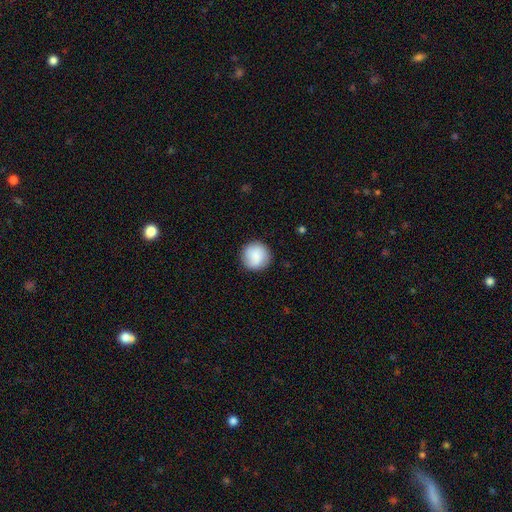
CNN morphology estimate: smooth_or_featured: smooth (p=0.84) [alt: featured or disk p=0.09]
how_rounded: round (p=0.95) [alt: in between p=0.04]
merging: none (p=0.89) [alt: minor disturbance p=0.08]